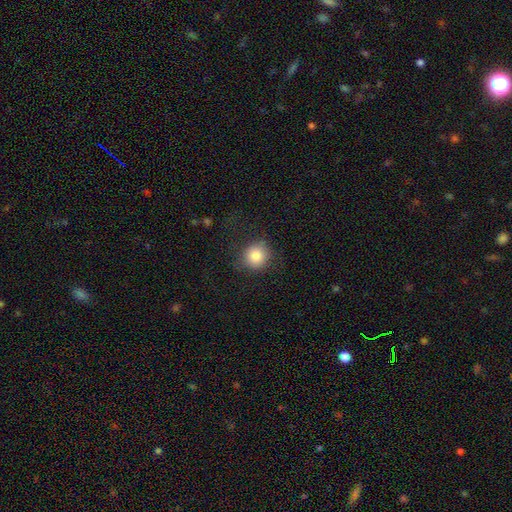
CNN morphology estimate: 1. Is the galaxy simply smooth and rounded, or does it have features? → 83% smooth, 9% star or artifact, 7% featured or disk.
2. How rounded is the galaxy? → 88% round, 11% in between, 1% cigar-shaped.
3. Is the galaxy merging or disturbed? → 77% none, 14% minor disturbance, 7% major disturbance, 1% merger.